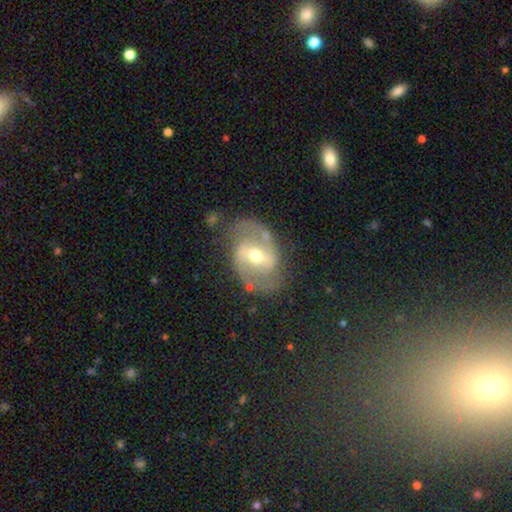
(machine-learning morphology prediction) A featured or disk galaxy (85%) with a weak bar (45%), 2 (91%) medium (56%) spiral arms (90%) and a moderate central bulge (67%).

Vote fractions:
- Smooth or featured? featured or disk: 85% / smooth: 10% / star or artifact: 6%
- Edge-on disk? no: 97% / yes: 3%
- Bar? weak: 45% / strong: 37% / no: 19%
- Spiral arms? yes: 90% / no: 10%
- Spiral winding? medium: 56% / loose: 26% / tight: 19%
- Spiral arm count? 2: 91% / can't tell: 4% / 1: 2% / 3: 1% / 4: 1% / more than 4: 1%
- Bulge size? moderate: 67% / small: 27% / large: 5% / none: 1% / dominant: 1%
- Merging? none: 75% / minor disturbance: 16% / major disturbance: 7% / merger: 2%